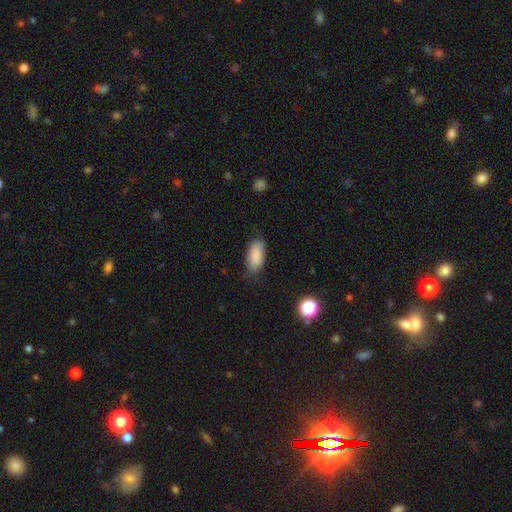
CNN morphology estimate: Smooth or featured: smooth — 87% (star or artifact — 7%)
How rounded: in between — 90% (cigar-shaped — 8%)
Merging: none — 75% (minor disturbance — 20%)